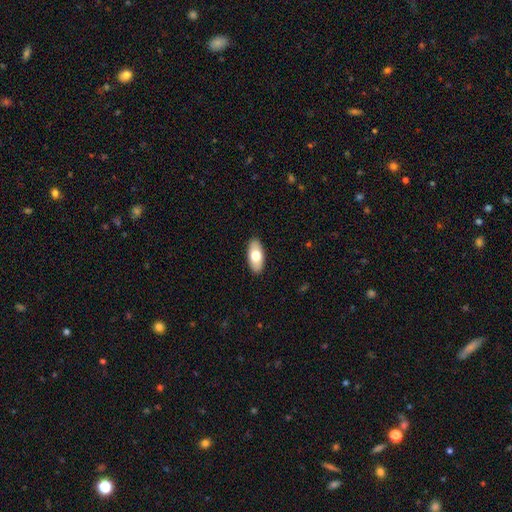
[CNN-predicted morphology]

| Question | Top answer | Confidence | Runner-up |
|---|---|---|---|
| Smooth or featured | smooth | 71% | featured or disk (24%) |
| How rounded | in between | 92% | cigar-shaped (6%) |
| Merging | none | 90% | minor disturbance (8%) |